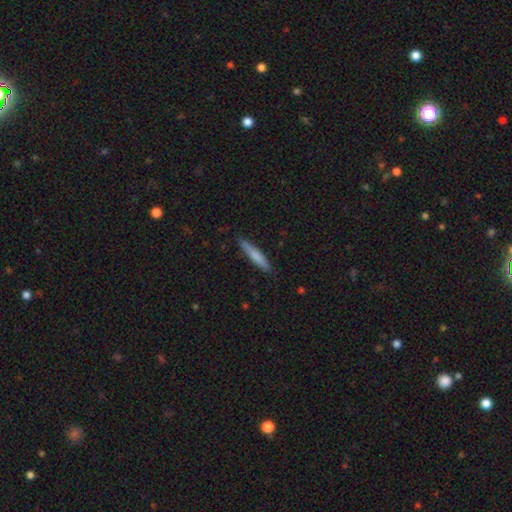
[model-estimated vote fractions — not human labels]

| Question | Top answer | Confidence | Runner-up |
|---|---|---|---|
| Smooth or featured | smooth | 70% | featured or disk (24%) |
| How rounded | cigar-shaped | 92% | in between (7%) |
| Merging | none | 86% | minor disturbance (11%) |